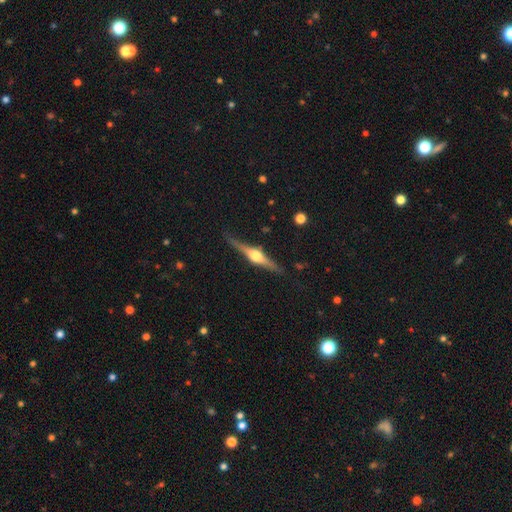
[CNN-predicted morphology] This is clearly a featured or disk galaxy (82%). It is clearly viewed edge-on (98%). Edge-on bulge: clearly rounded (94%). Merging: clearly none (87%).